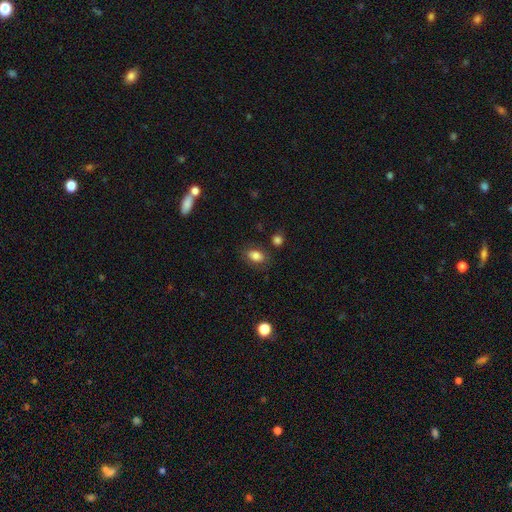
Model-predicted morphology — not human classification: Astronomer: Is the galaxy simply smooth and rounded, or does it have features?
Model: smooth — 80%.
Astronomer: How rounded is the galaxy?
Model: in between — 83%.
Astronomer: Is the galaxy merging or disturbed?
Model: none — 77%.